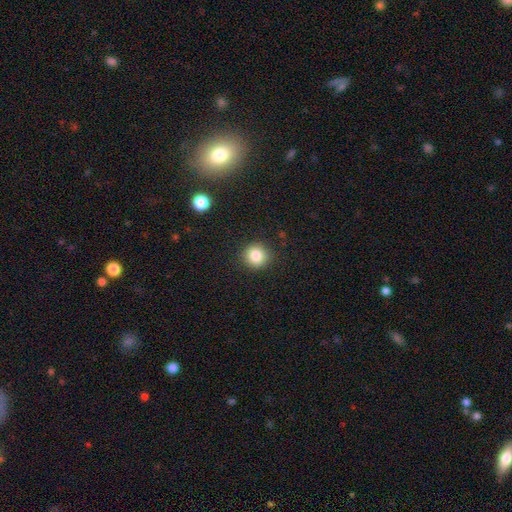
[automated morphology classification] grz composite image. It shows a smooth galaxy with no disk features (84%) that is round (92%). Merging: none (90%).